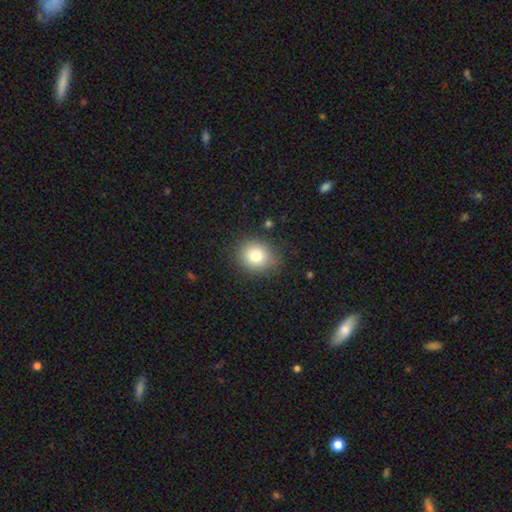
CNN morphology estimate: Smooth or featured? Predicted: smooth (p=0.80). How rounded? Predicted: round (p=0.74). Merging? Predicted: none (p=0.84).